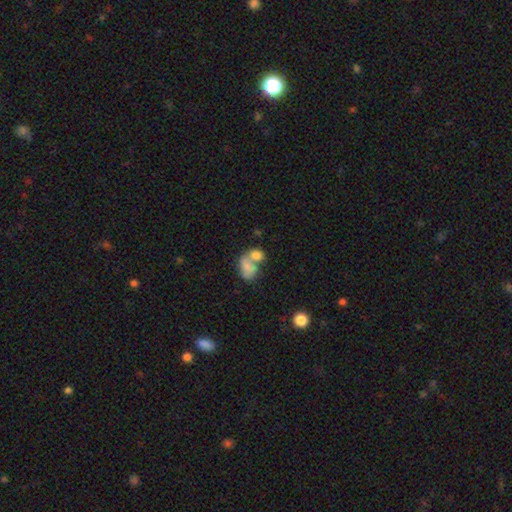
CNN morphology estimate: This is likely a smooth galaxy (75%). How rounded: likely in between (70%). Merging: likely merger (67%).